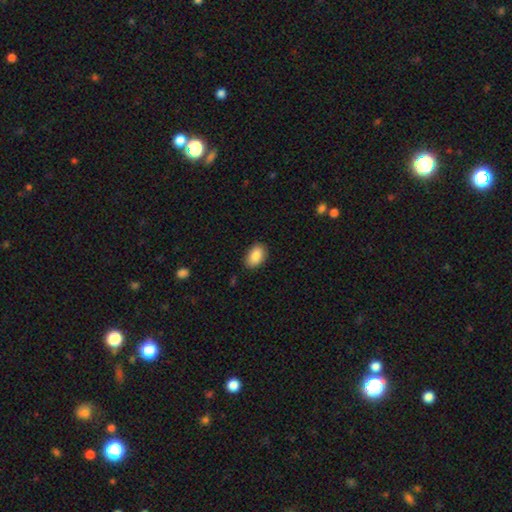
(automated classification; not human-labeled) This is clearly a smooth galaxy (88%). How rounded: clearly in between (90%). Merging: clearly none (85%).